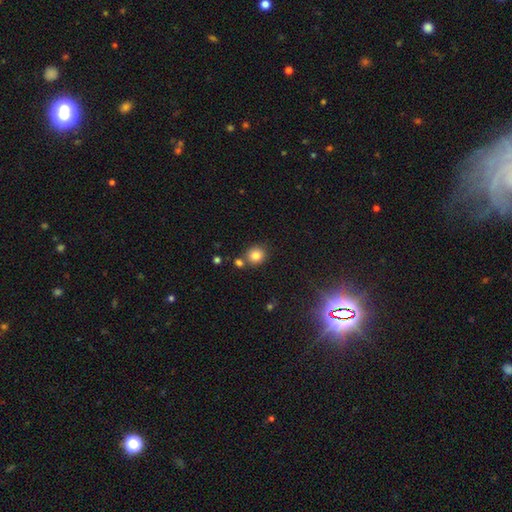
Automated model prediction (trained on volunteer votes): Smooth or featured?
  - smooth: 82% *
  - star or artifact: 12%
  - featured or disk: 7%
How rounded?
  - round: 83% *
  - in between: 16%
  - cigar-shaped: 1%
Merging?
  - none: 72% *
  - merger: 16%
  - minor disturbance: 10%
  - major disturbance: 3%